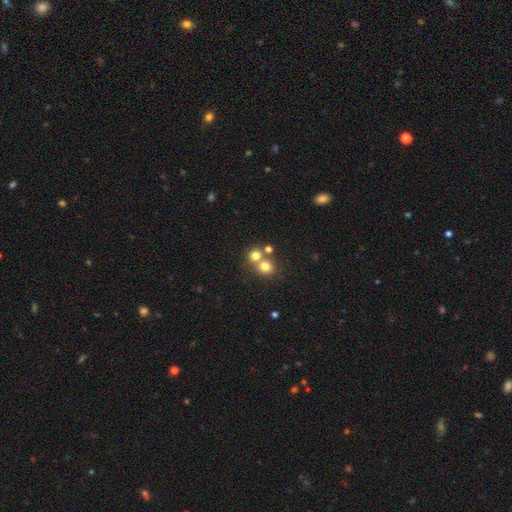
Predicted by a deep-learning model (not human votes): smooth_or_featured: smooth (p=0.74) [alt: star or artifact p=0.15]
how_rounded: round (p=0.84) [alt: in between p=0.15]
merging: none (p=0.46) [tied with: merger p=0.46]